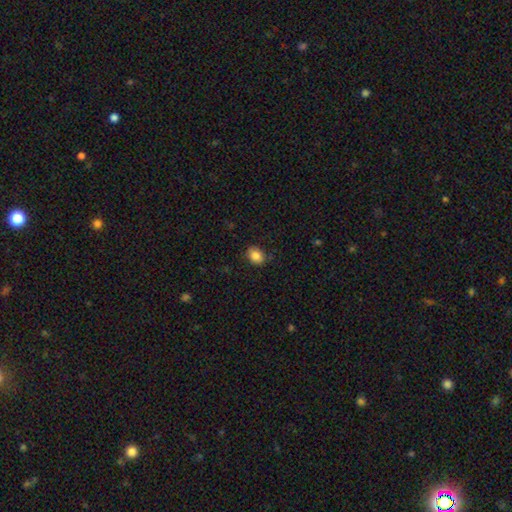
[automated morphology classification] smooth_or_featured: smooth (p=0.84) [alt: star or artifact p=0.09]
how_rounded: in between (p=0.57) [alt: round p=0.42]
merging: none (p=0.81) [alt: minor disturbance p=0.14]